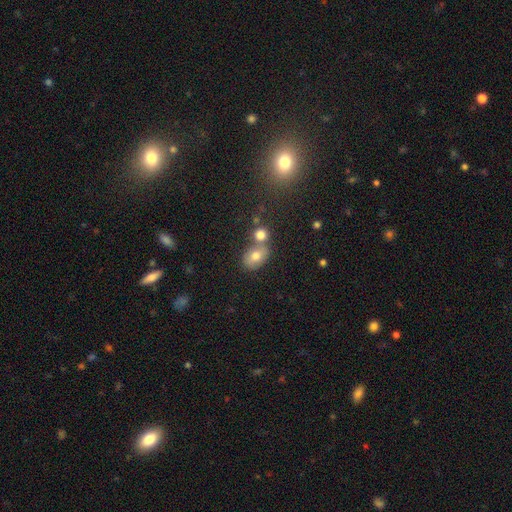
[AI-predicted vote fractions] A smooth galaxy with no disk features (73%) that is in between round and cigar-shaped (72%).

Vote fractions:
- Smooth or featured? smooth: 73% / featured or disk: 16% / star or artifact: 11%
- How rounded? in between: 72% / round: 27% / cigar-shaped: 1%
- Merging? none: 49% / merger: 36% / minor disturbance: 12% / major disturbance: 4%